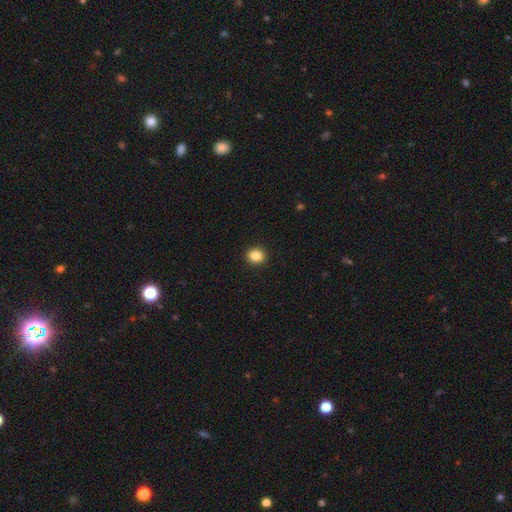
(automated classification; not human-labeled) Smooth or featured? smooth (86%)
How rounded? round (75%)
Merging? none (93%)